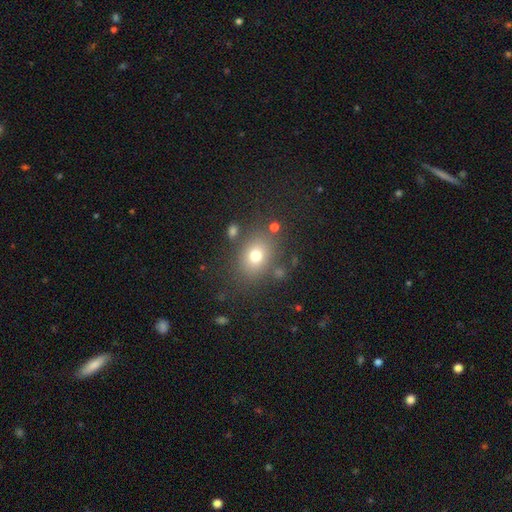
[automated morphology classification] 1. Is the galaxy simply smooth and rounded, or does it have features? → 74% smooth, 14% star or artifact, 12% featured or disk.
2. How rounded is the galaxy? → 57% in between, 42% round, 1% cigar-shaped.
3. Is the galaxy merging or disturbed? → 78% none, 12% minor disturbance, 5% major disturbance, 5% merger.